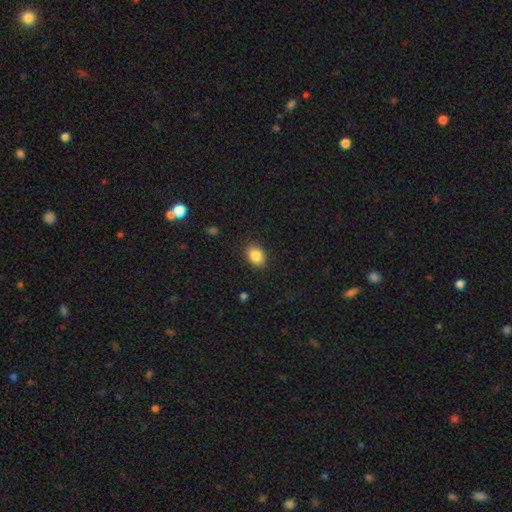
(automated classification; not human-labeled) Smooth or featured?
  - smooth: 86% *
  - star or artifact: 8%
  - featured or disk: 6%
How rounded?
  - in between: 74% *
  - round: 25%
  - cigar-shaped: 1%
Merging?
  - none: 87% *
  - minor disturbance: 9%
  - major disturbance: 2%
  - merger: 1%